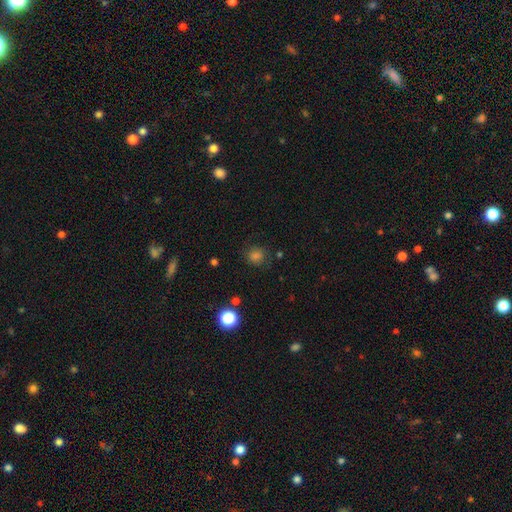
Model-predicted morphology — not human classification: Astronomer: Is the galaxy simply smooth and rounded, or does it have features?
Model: smooth — 74%.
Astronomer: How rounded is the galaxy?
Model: round — 85%.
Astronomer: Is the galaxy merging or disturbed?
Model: none — 81%.